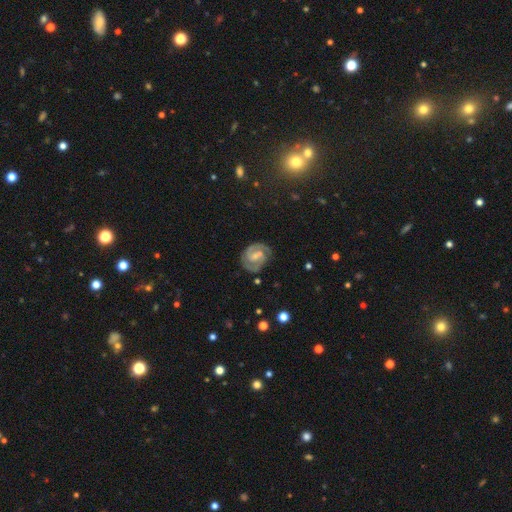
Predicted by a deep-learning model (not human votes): Overall: featured or disk (87%). Edge-on disk: no (98%). Bar: weak (54%; no 25%). Spiral arms: yes (97%). Spiral arm count: 2 (90%). Spiral winding: tight (49%; medium 44%). Bulge size: small (49%; moderate 29%). Merging: none (79%).